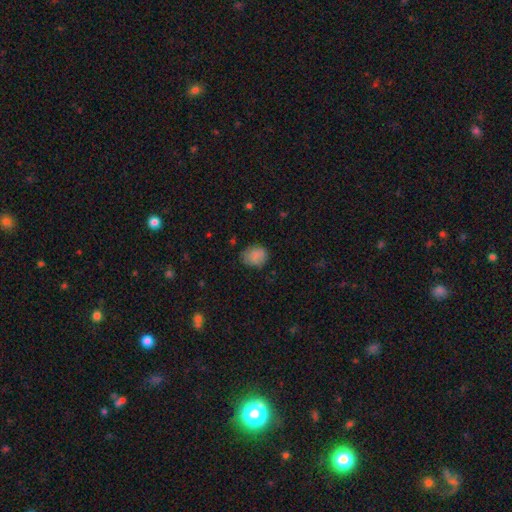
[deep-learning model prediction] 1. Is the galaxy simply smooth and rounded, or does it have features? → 82% smooth, 10% star or artifact, 8% featured or disk.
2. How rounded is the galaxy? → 52% round, 47% in between, 1% cigar-shaped.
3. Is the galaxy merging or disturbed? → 68% none, 24% minor disturbance, 6% major disturbance, 2% merger.